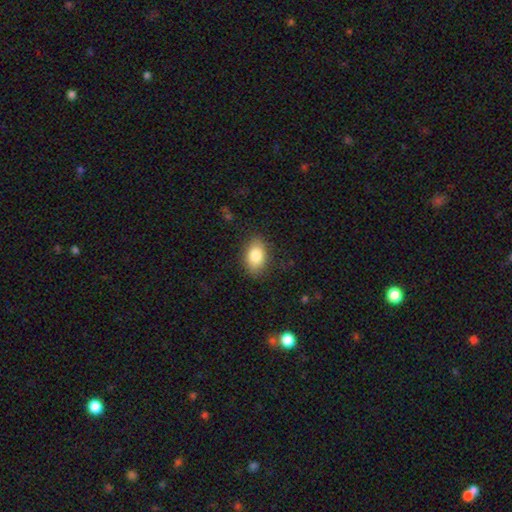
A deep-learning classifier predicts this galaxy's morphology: The model was most divided on "smooth or featured": smooth: 83%, featured or disk: 9%, star or artifact: 7%. More confident: how rounded — in between (88%); merging — none (85%).